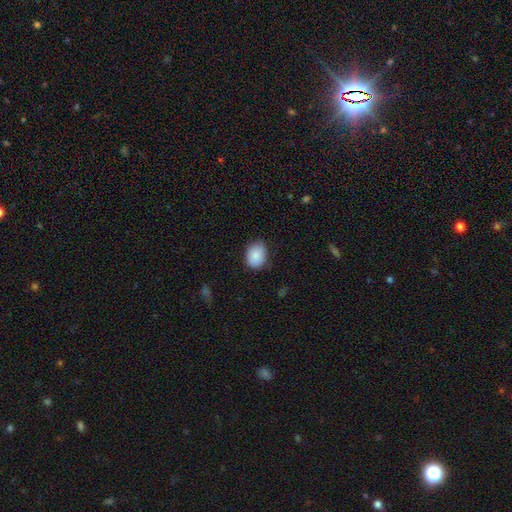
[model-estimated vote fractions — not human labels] smooth 87%, star or artifact 7%, featured or disk 5%. Down the decision tree: how rounded — in between (61%); merging — none (73%).